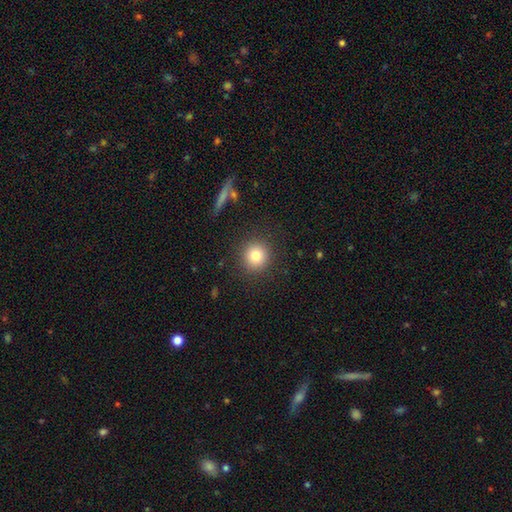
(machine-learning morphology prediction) Overall: smooth (80%). How rounded: round (92%). Merging: none (89%).